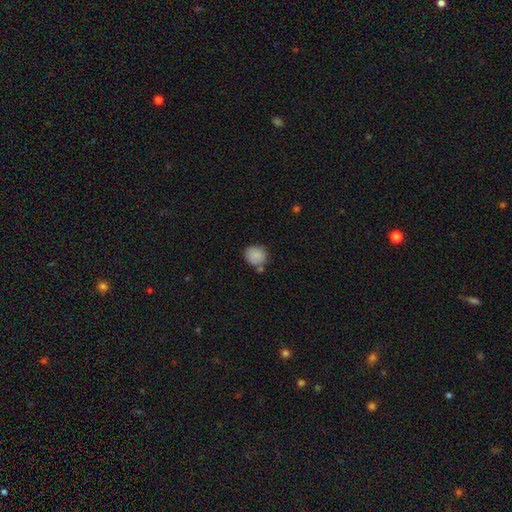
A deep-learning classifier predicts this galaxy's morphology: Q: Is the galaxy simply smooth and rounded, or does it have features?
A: smooth — 87%.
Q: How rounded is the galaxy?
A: round — 77%.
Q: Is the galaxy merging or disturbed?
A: none — 69%.